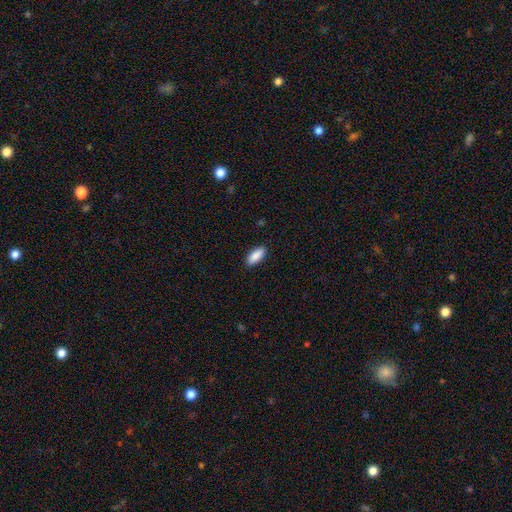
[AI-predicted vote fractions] smooth_or_featured: smooth (p=0.89) [alt: star or artifact p=0.06]
how_rounded: in between (p=0.81) [alt: cigar-shaped p=0.17]
merging: none (p=0.90) [alt: minor disturbance p=0.08]